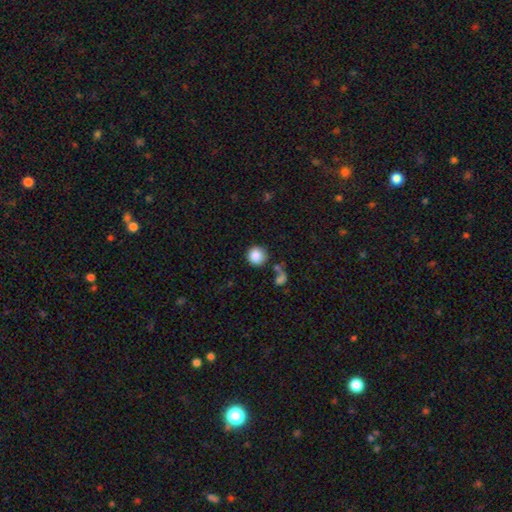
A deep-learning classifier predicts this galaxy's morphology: This appears to be a smooth galaxy with no disk features (87%) that is round (94%). Merging: none (77%).